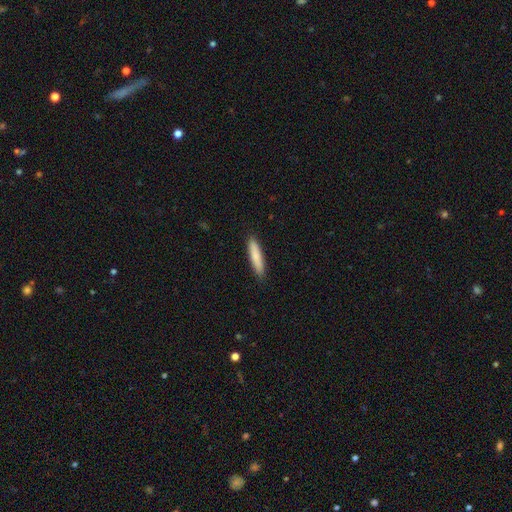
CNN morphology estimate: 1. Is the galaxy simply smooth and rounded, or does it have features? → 82% smooth, 13% featured or disk, 5% star or artifact.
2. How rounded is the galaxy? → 85% cigar-shaped, 13% in between, 1% round.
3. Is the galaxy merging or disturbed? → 90% none, 8% minor disturbance, 1% major disturbance, 1% merger.